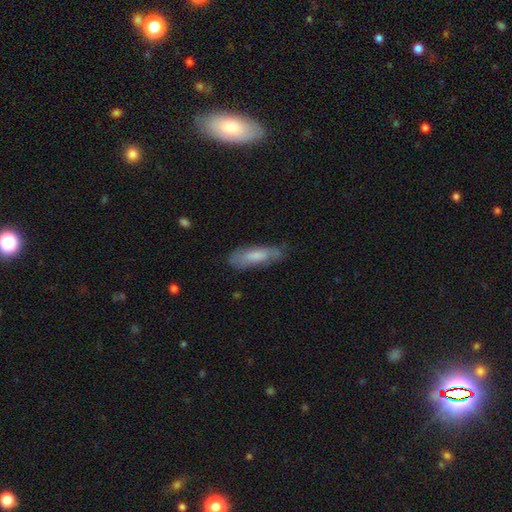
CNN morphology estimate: smooth_or_featured: smooth (p=0.65) [alt: featured or disk p=0.28]
how_rounded: cigar-shaped (p=0.54) [alt: in between p=0.44]
merging: none (p=0.70) [alt: minor disturbance p=0.22]